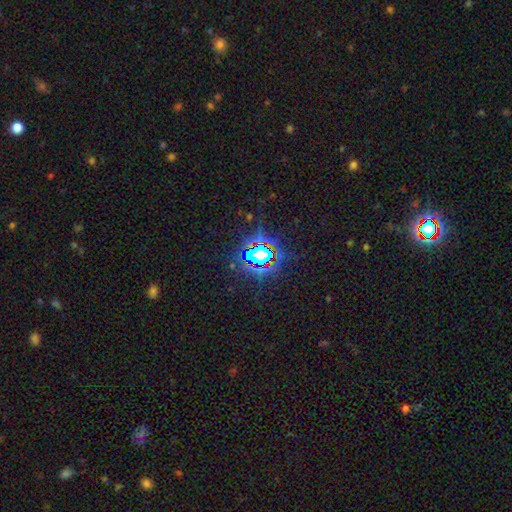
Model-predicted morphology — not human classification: Smooth or featured?
  - star or artifact: 83% *
  - smooth: 10%
  - featured or disk: 7%